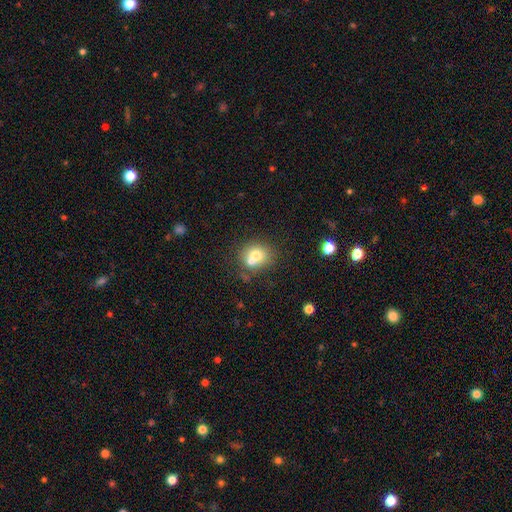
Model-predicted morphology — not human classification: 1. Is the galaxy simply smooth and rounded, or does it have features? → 71% smooth, 18% featured or disk, 11% star or artifact.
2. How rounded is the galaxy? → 77% round, 22% in between, 1% cigar-shaped.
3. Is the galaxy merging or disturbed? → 50% none, 37% merger, 10% minor disturbance, 3% major disturbance.